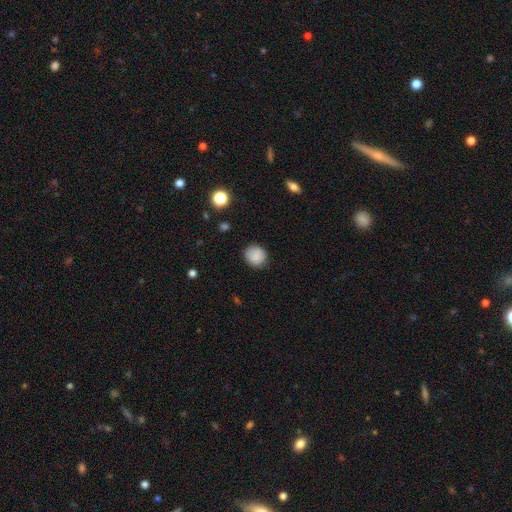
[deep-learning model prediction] A smooth galaxy with no disk features (87%) that is round (85%).

Vote fractions:
- Smooth or featured? smooth: 87% / star or artifact: 9% / featured or disk: 4%
- How rounded? round: 85% / in between: 14% / cigar-shaped: 1%
- Merging? none: 84% / minor disturbance: 12% / major disturbance: 3% / merger: 1%